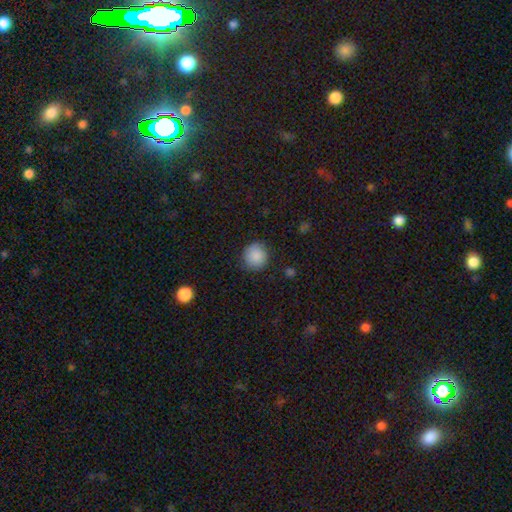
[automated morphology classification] A smooth galaxy with no disk features (87%) that is round (92%).

Vote fractions:
- Smooth or featured? smooth: 87% / star or artifact: 8% / featured or disk: 4%
- How rounded? round: 92% / in between: 7% / cigar-shaped: 1%
- Merging? none: 84% / minor disturbance: 11% / major disturbance: 3% / merger: 1%